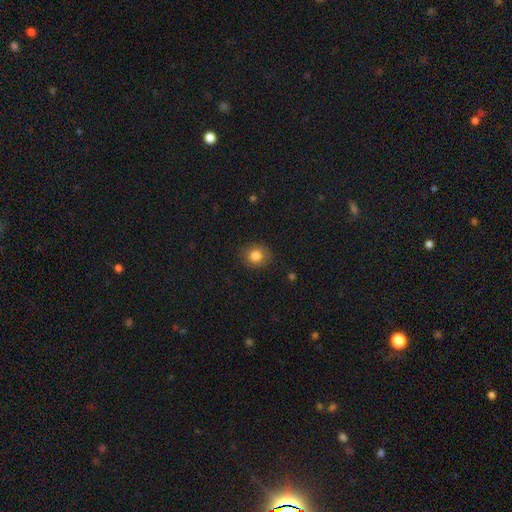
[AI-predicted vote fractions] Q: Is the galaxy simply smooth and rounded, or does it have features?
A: smooth — 83%.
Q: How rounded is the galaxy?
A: round — 77%.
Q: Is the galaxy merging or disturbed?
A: none — 87%.